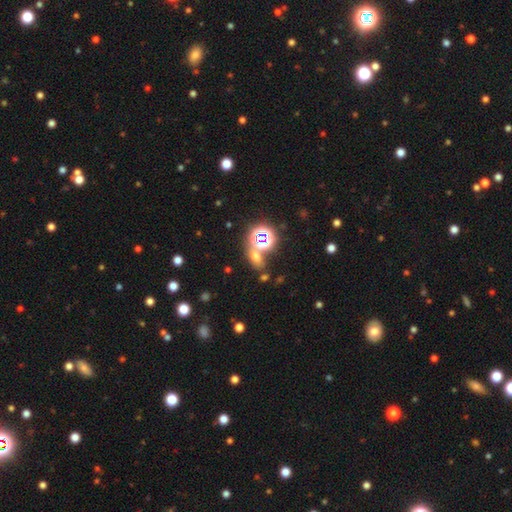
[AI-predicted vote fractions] Smooth or featured?
  - star or artifact: 45% * (tied)
  - smooth: 45% * (tied)
  - featured or disk: 10%